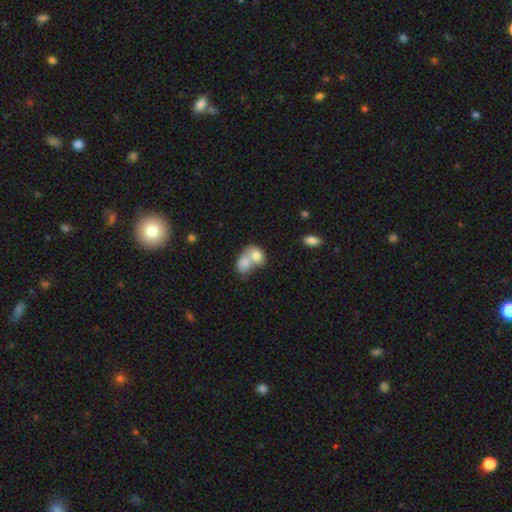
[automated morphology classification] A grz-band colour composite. It shows a smooth galaxy with no disk features (76%) that is in between round and cigar-shaped (59%). Merging: merger (75%).